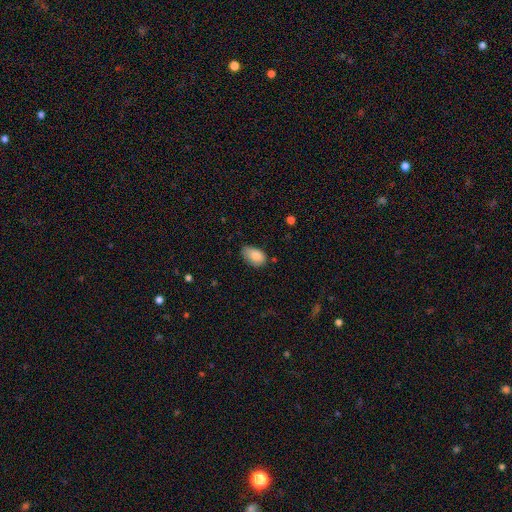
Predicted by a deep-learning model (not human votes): smooth_or_featured: smooth (p=0.83) [alt: featured or disk p=0.09]
how_rounded: in between (p=0.91) [alt: round p=0.08]
merging: none (p=0.52) [alt: minor disturbance p=0.38]